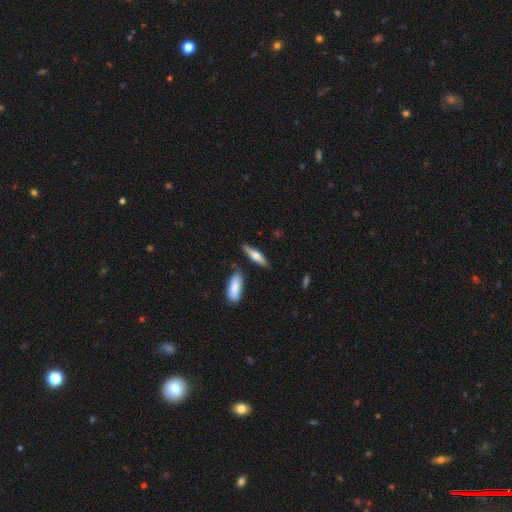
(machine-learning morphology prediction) Smooth or featured: smooth — 51% (featured or disk — 43%)
How rounded: cigar-shaped — 71% (in between — 27%)
Merging: none — 80% (minor disturbance — 12%)